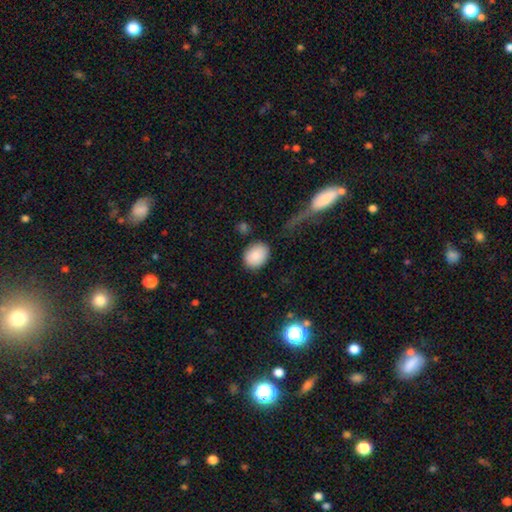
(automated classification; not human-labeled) Smooth or featured: smooth — 86% (star or artifact — 7%)
How rounded: in between — 56% (round — 43%)
Merging: none — 82% (minor disturbance — 11%)